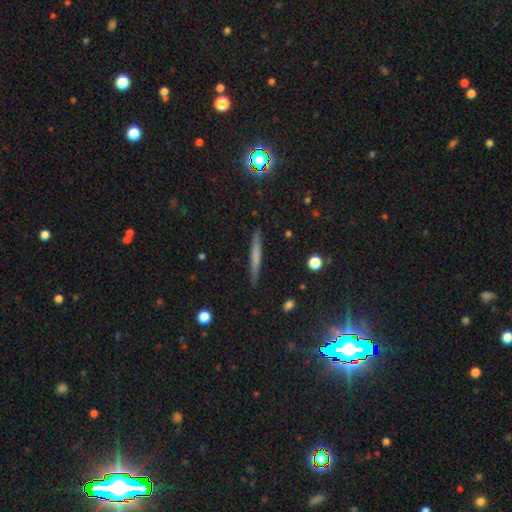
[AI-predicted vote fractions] Q: Smooth or featured?
A: smooth (56%); runner-up: featured or disk (34%)
Q: How rounded?
A: cigar-shaped (94%); runner-up: in between (4%)
Q: Merging?
A: none (88%); runner-up: minor disturbance (9%)